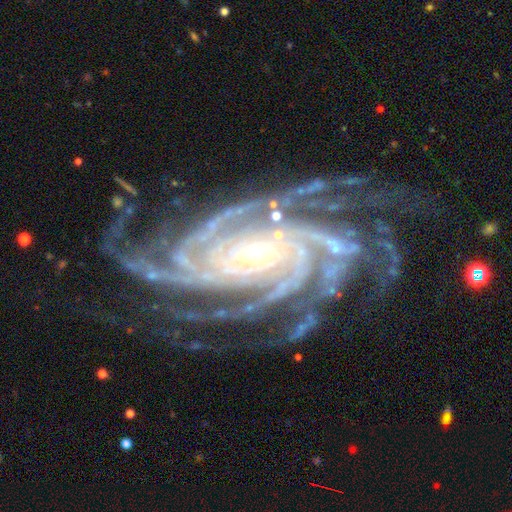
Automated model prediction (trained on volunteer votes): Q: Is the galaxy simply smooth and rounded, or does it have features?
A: featured or disk — 93%.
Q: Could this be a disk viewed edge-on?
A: no — 97%.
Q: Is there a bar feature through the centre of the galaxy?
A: no — 54%.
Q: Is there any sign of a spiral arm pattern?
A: yes — 99%.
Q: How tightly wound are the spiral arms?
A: tight — 74%.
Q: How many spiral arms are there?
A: more than 4 — 34%.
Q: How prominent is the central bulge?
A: small — 71%.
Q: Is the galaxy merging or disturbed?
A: none — 72%.